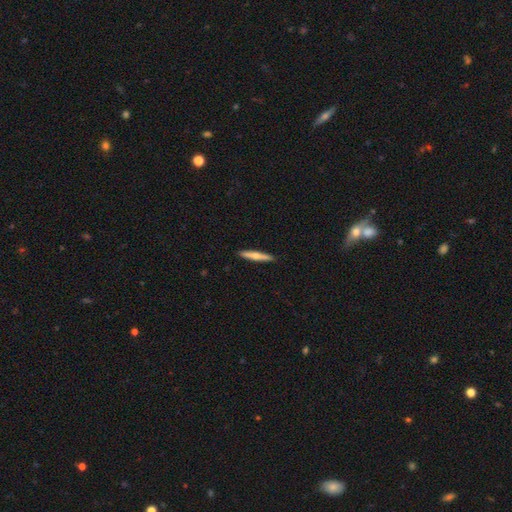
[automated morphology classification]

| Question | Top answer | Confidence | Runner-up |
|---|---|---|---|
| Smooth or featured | smooth | 54% | featured or disk (41%) |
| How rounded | cigar-shaped | 93% | in between (6%) |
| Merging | none | 91% | minor disturbance (6%) |